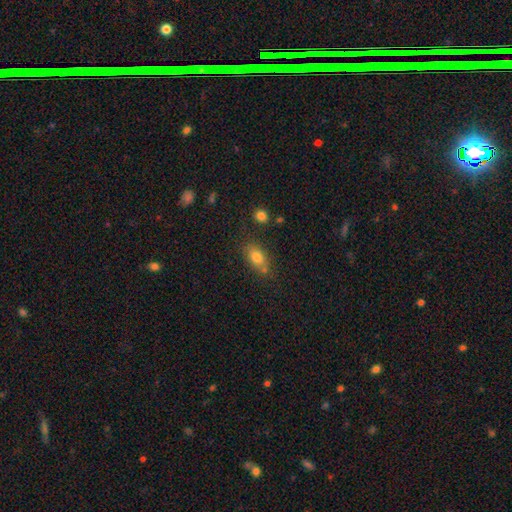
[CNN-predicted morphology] This appears to be a smooth galaxy with no disk features (74%) that is in between round and cigar-shaped (76%). Merging: none (70%).